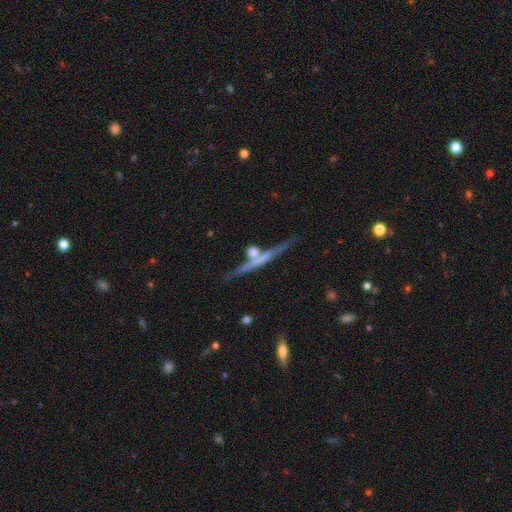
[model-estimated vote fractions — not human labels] smooth_or_featured: featured or disk (p=0.53) [alt: smooth p=0.38]
disk_edge_on: yes (p=0.90) [alt: no p=0.10]
merging: none (p=0.62) [alt: merger p=0.22]